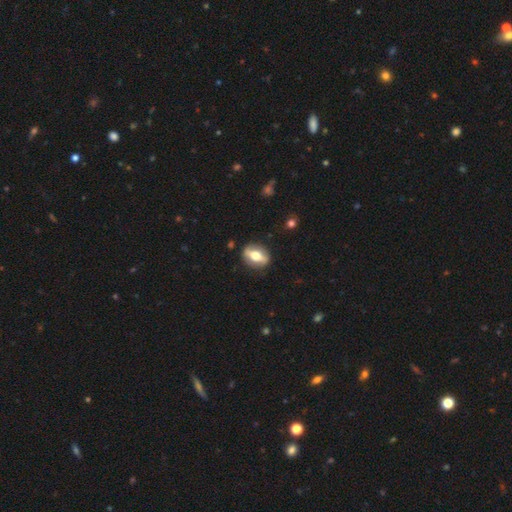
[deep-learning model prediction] The model was most divided on "smooth or featured": featured or disk: 53%, smooth: 40%, star or artifact: 7%. More confident: merging — none (84%); edge-on disk — yes (57%).